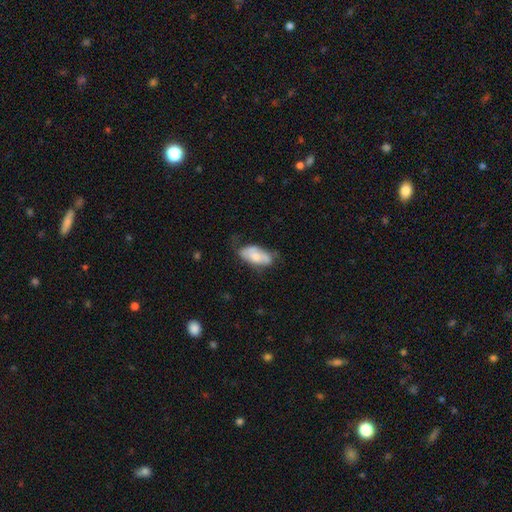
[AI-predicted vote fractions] smooth 59%, featured or disk 35%, star or artifact 6%. Down the decision tree: how rounded — in between (90%); merging — none (47%).